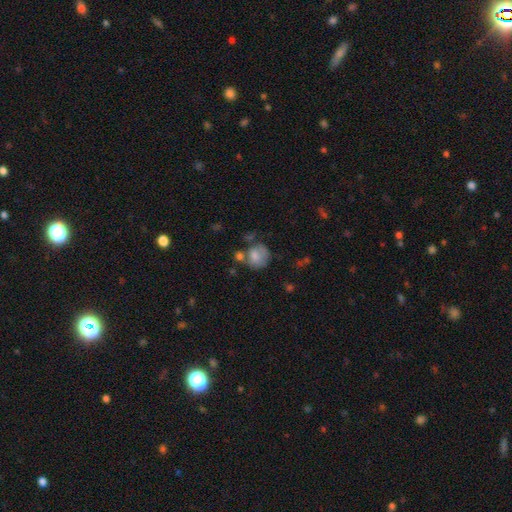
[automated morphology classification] smooth_or_featured: smooth (p=0.72) [alt: featured or disk p=0.19]
how_rounded: round (p=0.69) [alt: in between p=0.30]
merging: none (p=0.43) [alt: minor disturbance p=0.23]